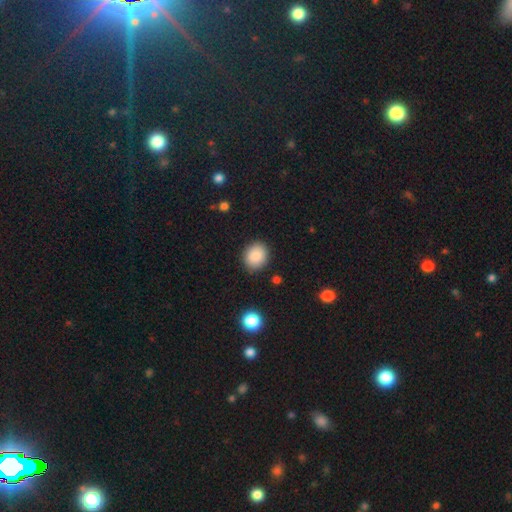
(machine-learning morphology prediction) This is clearly a smooth galaxy (88%). How rounded: likely round (65%). Merging: clearly none (88%).